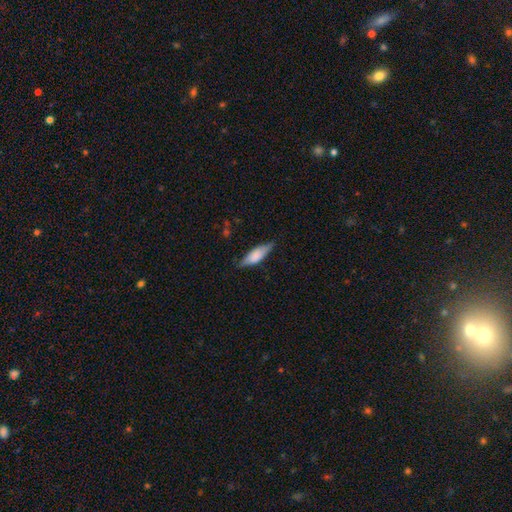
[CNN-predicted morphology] Smooth or featured? smooth (63%)
How rounded? in between (56%)
Merging? none (77%)